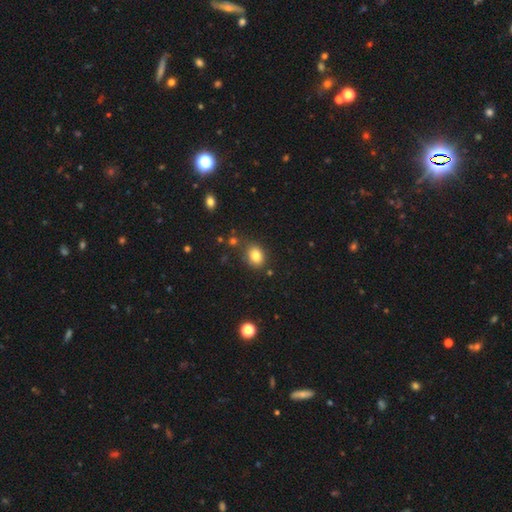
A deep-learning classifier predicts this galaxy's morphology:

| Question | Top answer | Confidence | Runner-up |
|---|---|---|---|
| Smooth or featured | smooth | 81% | star or artifact (12%) |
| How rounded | in between | 54% | round (45%) |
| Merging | none | 79% | minor disturbance (13%) |